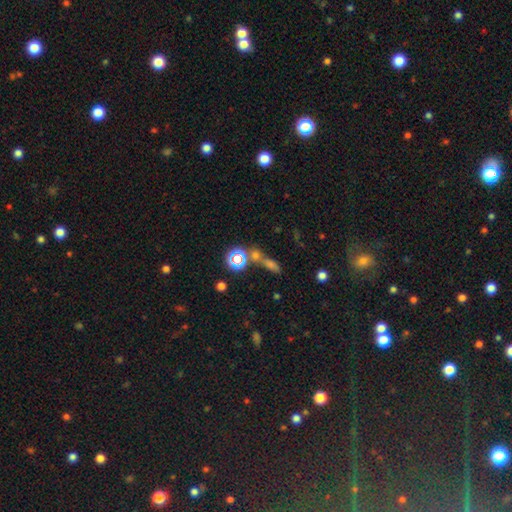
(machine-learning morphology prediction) smooth-or-featured: star or artifact: 45% | smooth: 42% | featured or disk: 13%